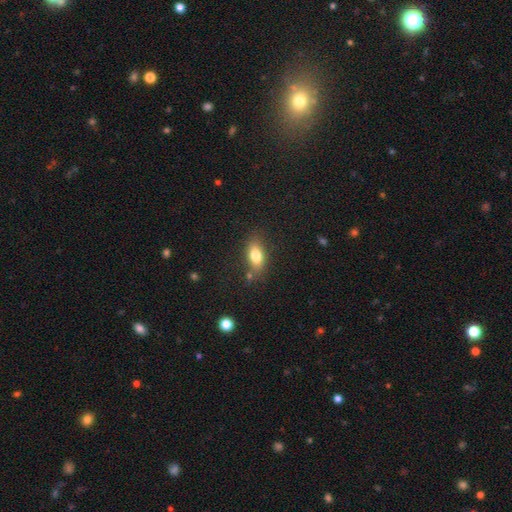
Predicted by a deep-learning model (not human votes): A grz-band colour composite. It shows a smooth galaxy with no disk features (77%) that is in between round and cigar-shaped (82%). Merging: none (76%).